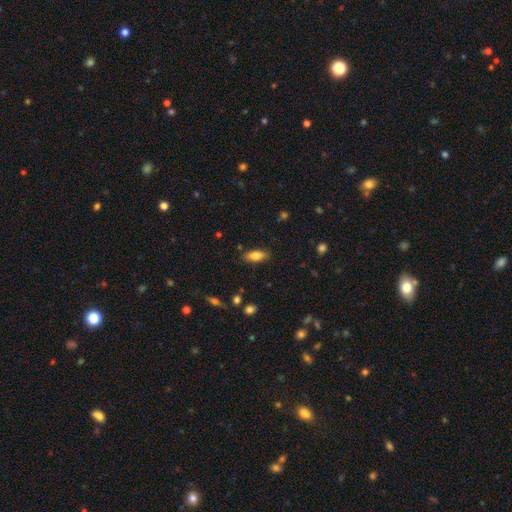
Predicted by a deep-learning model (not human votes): Q: Smooth or featured?
A: smooth (78%); runner-up: featured or disk (14%)
Q: How rounded?
A: in between (78%); runner-up: cigar-shaped (20%)
Q: Merging?
A: none (85%); runner-up: minor disturbance (11%)